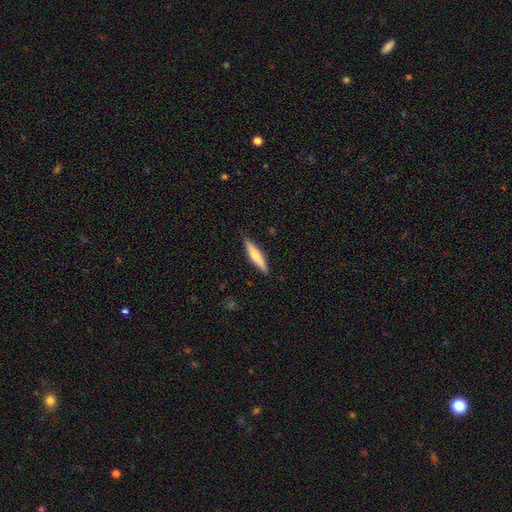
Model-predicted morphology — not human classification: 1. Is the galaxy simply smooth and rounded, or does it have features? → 54% smooth, 41% featured or disk, 6% star or artifact.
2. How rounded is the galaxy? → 87% cigar-shaped, 12% in between, 1% round.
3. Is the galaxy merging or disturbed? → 89% none, 8% minor disturbance, 2% major disturbance, 1% merger.